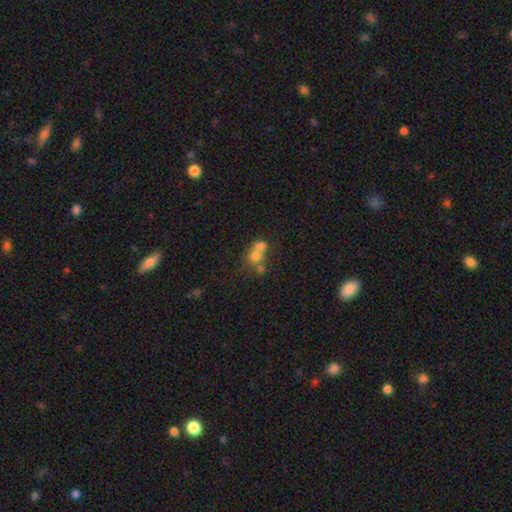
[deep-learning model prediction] This appears to be a smooth galaxy with no disk features (61%) that is round (70%). Merging: merger (59%).